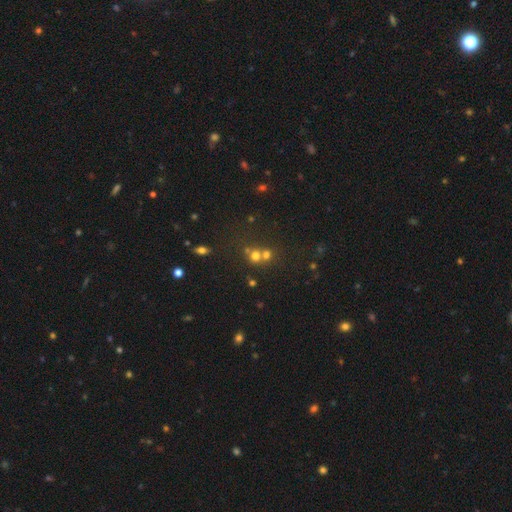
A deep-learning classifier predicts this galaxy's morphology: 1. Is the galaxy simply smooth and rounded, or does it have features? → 64% smooth, 23% star or artifact, 13% featured or disk.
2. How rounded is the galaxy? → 83% round, 16% in between, 1% cigar-shaped.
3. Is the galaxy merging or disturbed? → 47% merger, 44% none, 6% minor disturbance, 3% major disturbance.